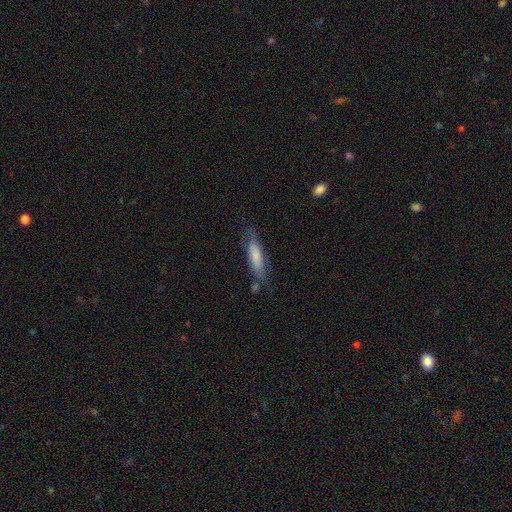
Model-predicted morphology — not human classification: Smooth or featured?
  - smooth: 70% *
  - featured or disk: 23%
  - star or artifact: 6%
How rounded?
  - cigar-shaped: 63% *
  - in between: 35%
  - round: 2%
Merging?
  - none: 66% *
  - minor disturbance: 23%
  - major disturbance: 7%
  - merger: 4%